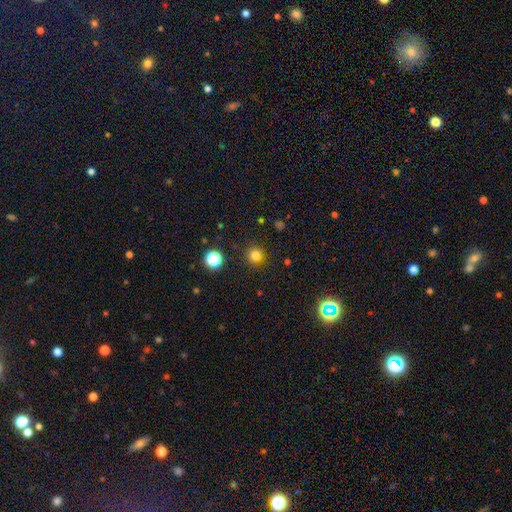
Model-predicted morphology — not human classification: Smooth or featured? smooth (77%)
How rounded? round (92%)
Merging? none (89%)